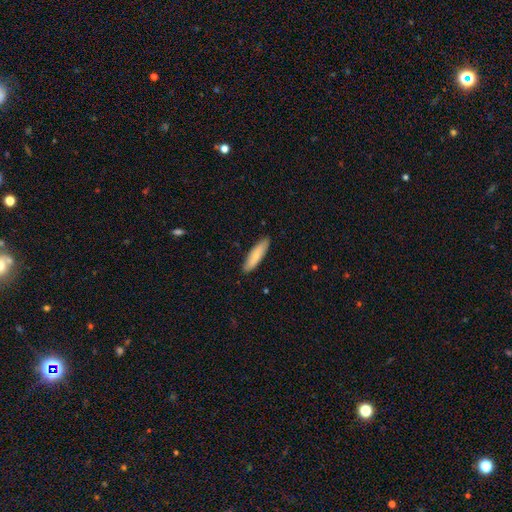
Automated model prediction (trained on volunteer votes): Smooth or featured? Predicted: smooth (p=0.78). How rounded? Predicted: cigar-shaped (p=0.74). Merging? Predicted: none (p=0.89).